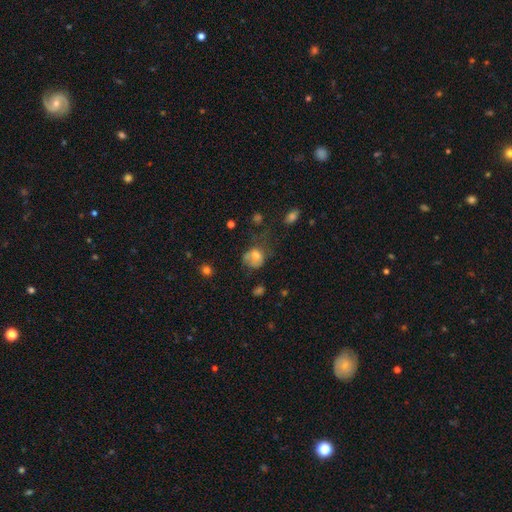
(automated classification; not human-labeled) A smooth galaxy with no disk features (68%) that is round (58%).

Vote fractions:
- Smooth or featured? smooth: 68% / featured or disk: 21% / star or artifact: 11%
- How rounded? round: 58% / in between: 41% / cigar-shaped: 1%
- Merging? major disturbance: 34% / none: 31% / minor disturbance: 30% / merger: 5%